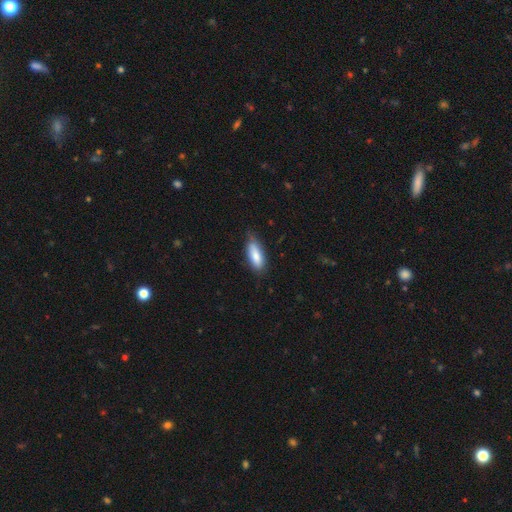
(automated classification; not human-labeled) Smooth or featured: smooth — 81% (featured or disk — 13%)
How rounded: in between — 72% (cigar-shaped — 26%)
Merging: none — 70% (minor disturbance — 25%)